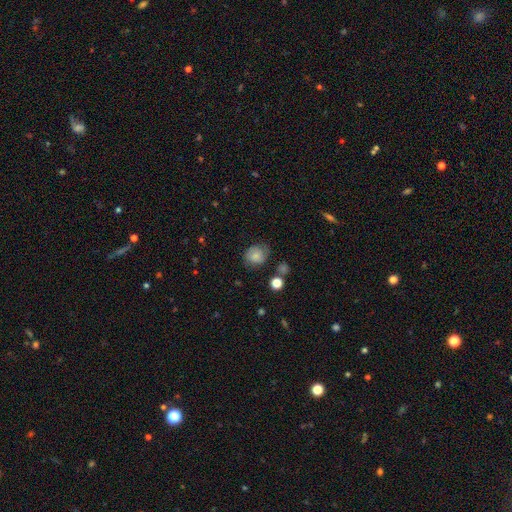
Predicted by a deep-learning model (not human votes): This is likely a smooth galaxy (77%). How rounded: likely round (66%). Merging: likely none (69%).